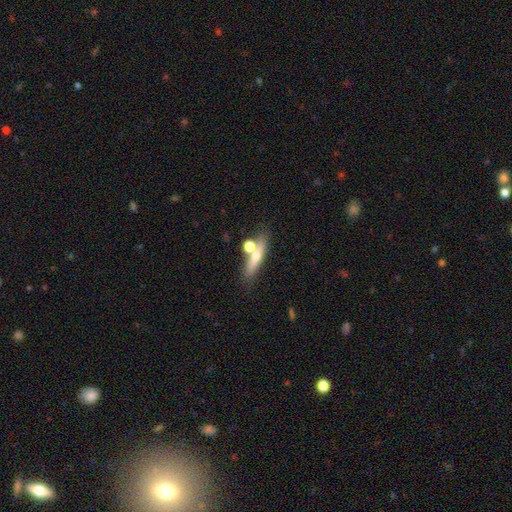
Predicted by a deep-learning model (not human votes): Smooth or featured?
  - smooth: 53% *
  - featured or disk: 38%
  - star or artifact: 9%
How rounded?
  - cigar-shaped: 60% *
  - in between: 28%
  - round: 12%
Merging?
  - none: 59% *
  - merger: 23%
  - minor disturbance: 12%
  - major disturbance: 5%